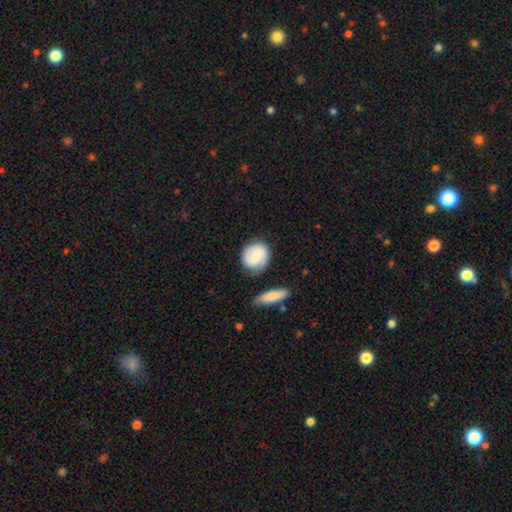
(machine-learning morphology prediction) This appears to be a smooth galaxy with no disk features (50%) that is round (77%). Merging: none (77%).